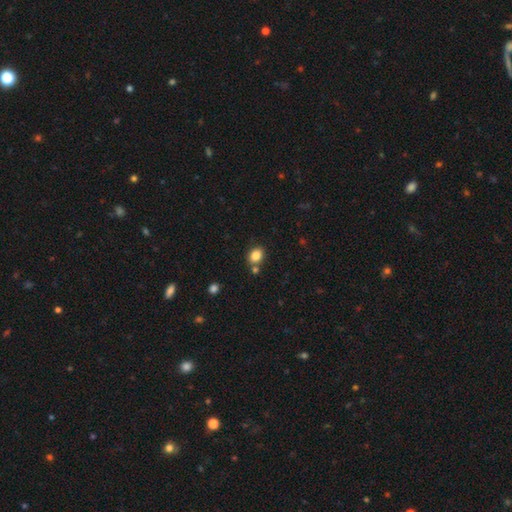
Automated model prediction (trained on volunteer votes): This is clearly a smooth galaxy (84%). How rounded: possibly in between (51%). Merging: likely none (72%).